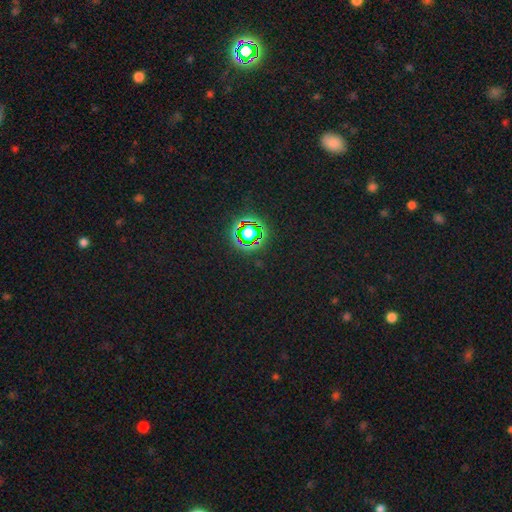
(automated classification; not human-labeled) star or artifact 79%, smooth 14%, featured or disk 7%.